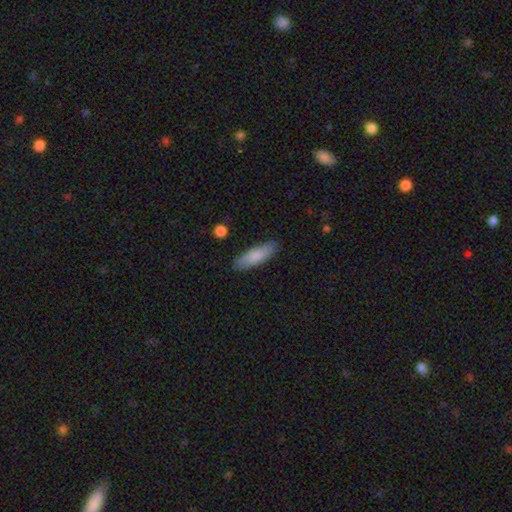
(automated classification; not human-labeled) The model was most divided on "how rounded": cigar-shaped: 52%, in between: 46%, round: 2%. More confident: merging — none (87%); smooth or featured — smooth (81%).